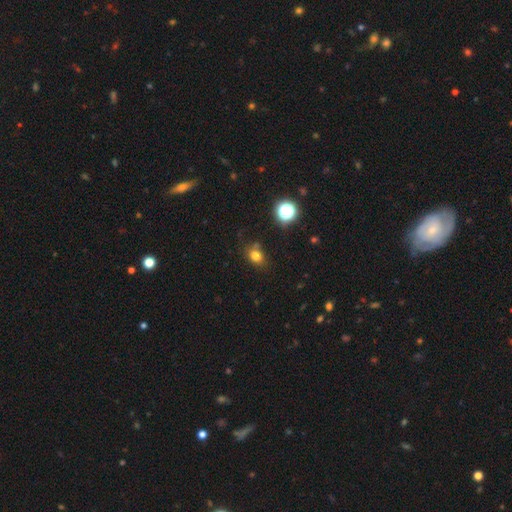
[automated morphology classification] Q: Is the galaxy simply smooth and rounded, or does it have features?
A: smooth — 77%.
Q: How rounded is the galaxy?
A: in between — 50%.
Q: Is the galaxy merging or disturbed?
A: none — 70%.